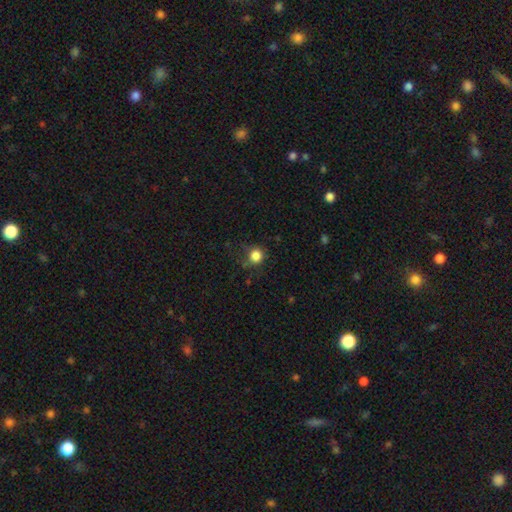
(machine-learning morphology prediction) A smooth galaxy with no disk features (83%) that is round (89%). Merging: none (71%).